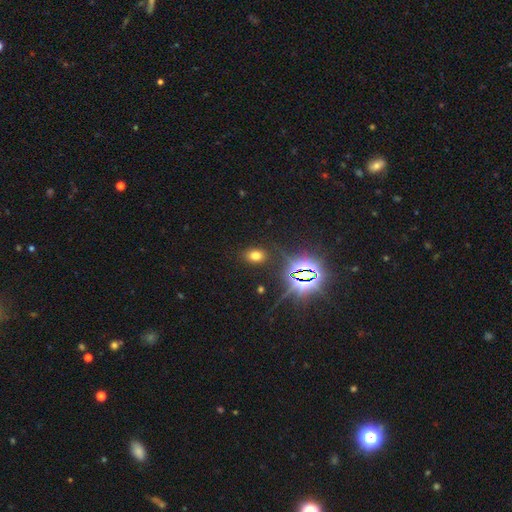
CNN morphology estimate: smooth 62%, star or artifact 30%, featured or disk 8%. Down the decision tree: how rounded — in between (76%); merging — none (86%).